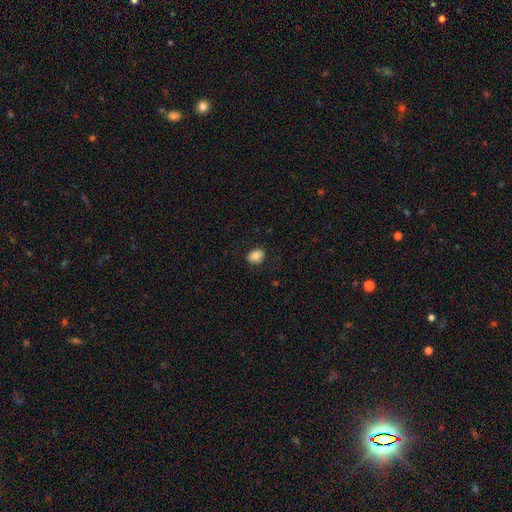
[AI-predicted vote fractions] Morphology: type=smooth (83%); roundness=in between (57%); merging=none (85%).